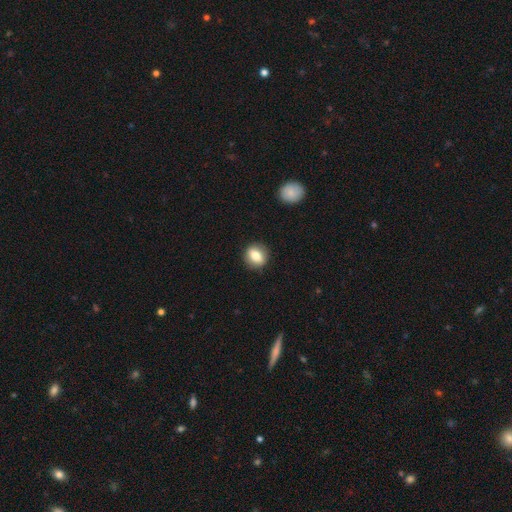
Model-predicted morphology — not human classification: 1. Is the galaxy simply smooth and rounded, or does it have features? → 74% smooth, 17% featured or disk, 8% star or artifact.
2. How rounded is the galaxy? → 66% round, 32% in between, 2% cigar-shaped.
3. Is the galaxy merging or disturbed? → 89% none, 8% minor disturbance, 2% major disturbance, 1% merger.